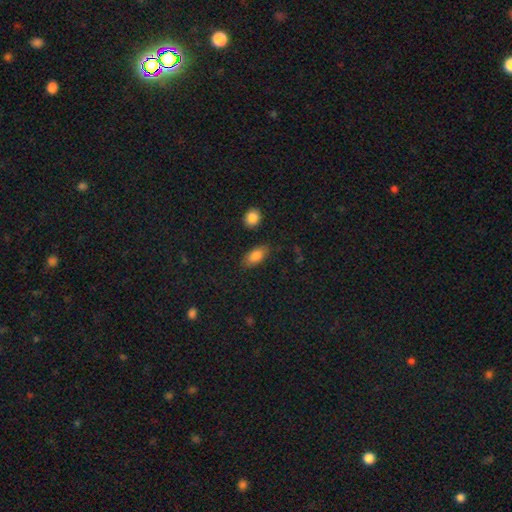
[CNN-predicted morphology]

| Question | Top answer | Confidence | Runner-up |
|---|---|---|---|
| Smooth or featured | smooth | 83% | featured or disk (9%) |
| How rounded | in between | 89% | cigar-shaped (6%) |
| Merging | none | 80% | minor disturbance (14%) |